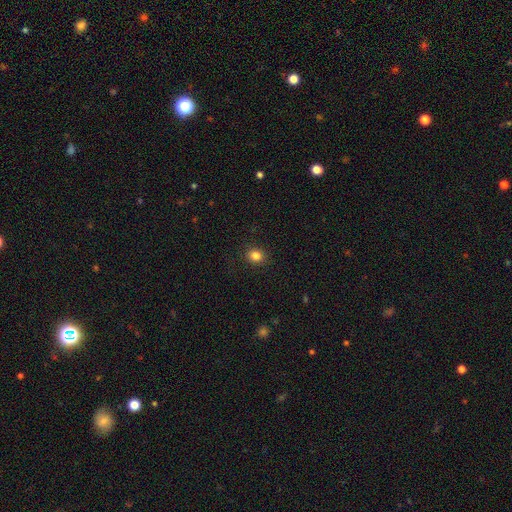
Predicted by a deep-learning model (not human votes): smooth 83%, star or artifact 12%, featured or disk 5%. Down the decision tree: how rounded — round (75%); merging — none (90%).